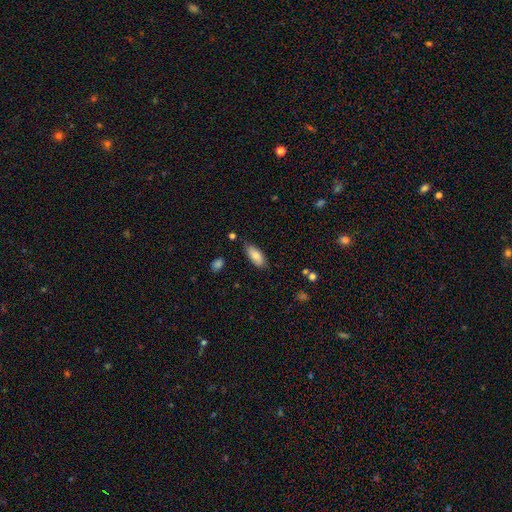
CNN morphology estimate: smooth 81%, featured or disk 12%, star or artifact 6%. Down the decision tree: how rounded — in between (86%); merging — none (75%).